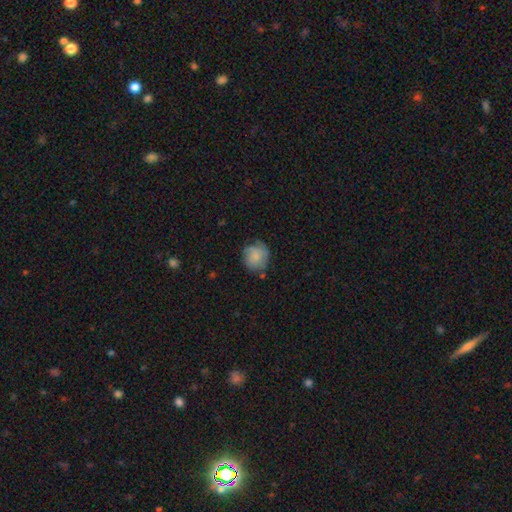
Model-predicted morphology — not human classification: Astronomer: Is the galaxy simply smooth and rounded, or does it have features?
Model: smooth — 67%.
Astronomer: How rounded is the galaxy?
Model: round — 83%.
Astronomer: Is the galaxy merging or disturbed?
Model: none — 63%.